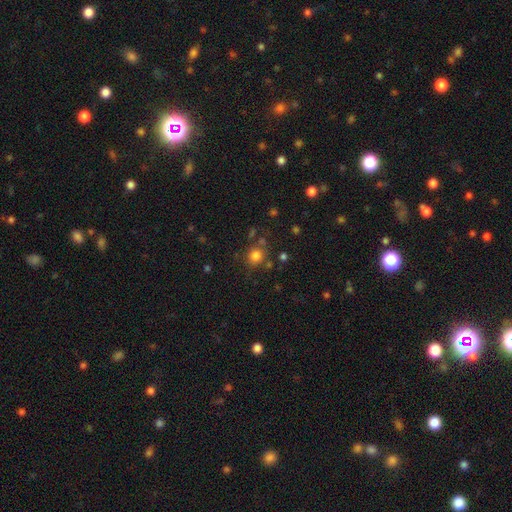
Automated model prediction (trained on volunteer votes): Overall: smooth (79%). How rounded: round (85%). Merging: none (75%).